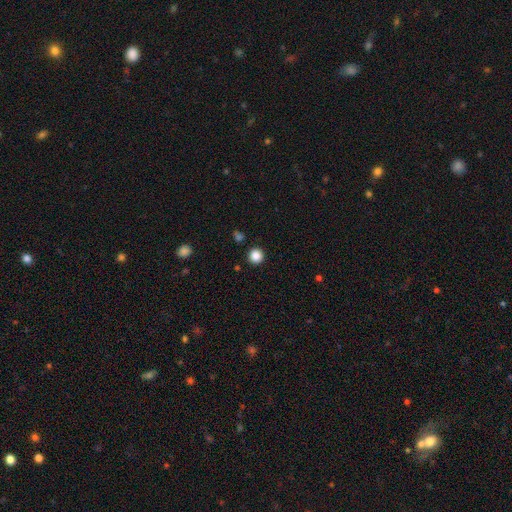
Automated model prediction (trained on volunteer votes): A smooth galaxy with no disk features (86%) that is round (95%). Merging: none (92%).